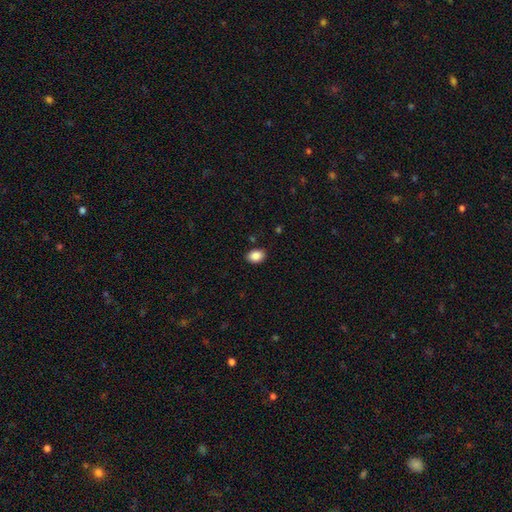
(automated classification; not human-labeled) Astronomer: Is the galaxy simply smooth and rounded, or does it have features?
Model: smooth — 88%.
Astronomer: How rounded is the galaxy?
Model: in between — 74%.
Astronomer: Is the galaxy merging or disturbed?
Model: none — 87%.